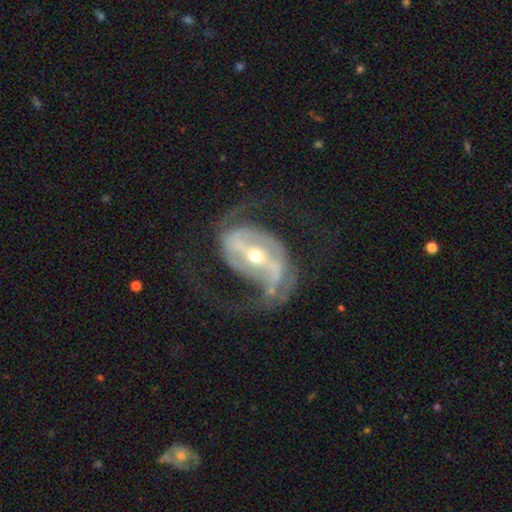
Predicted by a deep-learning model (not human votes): A featured or disk galaxy (91%) with a strong bar (67%), 2 (87%) medium (51%) spiral arms (95%) and a moderate central bulge (49%).

Vote fractions:
- Smooth or featured? featured or disk: 91% / star or artifact: 5% / smooth: 4%
- Edge-on disk? no: 96% / yes: 4%
- Bar? strong: 67% / weak: 24% / no: 9%
- Spiral arms? yes: 95% / no: 5%
- Spiral winding? medium: 51% / loose: 34% / tight: 16%
- Spiral arm count? 2: 87% / can't tell: 4% / 1: 3% / 3: 3% / 4: 1% / more than 4: 1%
- Bulge size? moderate: 49% / small: 47% / large: 3% / dominant: 1% / none: 1%
- Merging? none: 62% / major disturbance: 21% / minor disturbance: 15% / merger: 2%